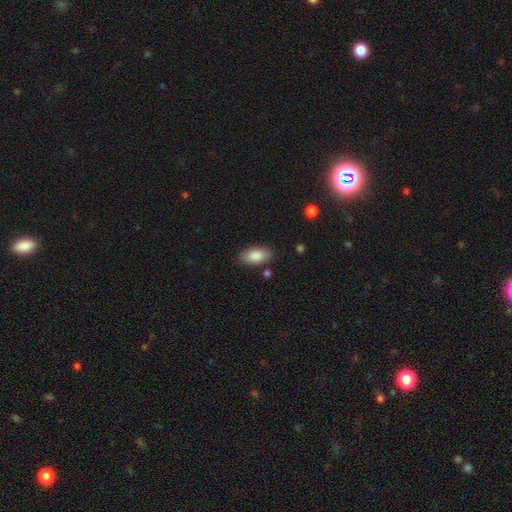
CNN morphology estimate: Q: Smooth or featured?
A: smooth (87%); runner-up: star or artifact (7%)
Q: How rounded?
A: in between (92%); runner-up: cigar-shaped (5%)
Q: Merging?
A: none (83%); runner-up: minor disturbance (12%)